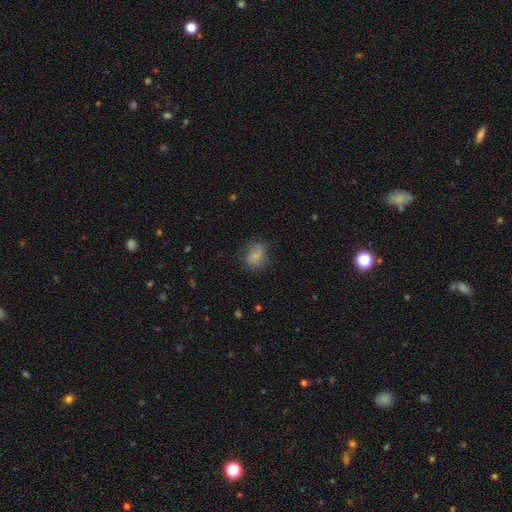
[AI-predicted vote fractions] Smooth or featured: smooth — 74% (featured or disk — 17%)
How rounded: round — 51% (in between — 48%)
Merging: none — 72% (minor disturbance — 20%)